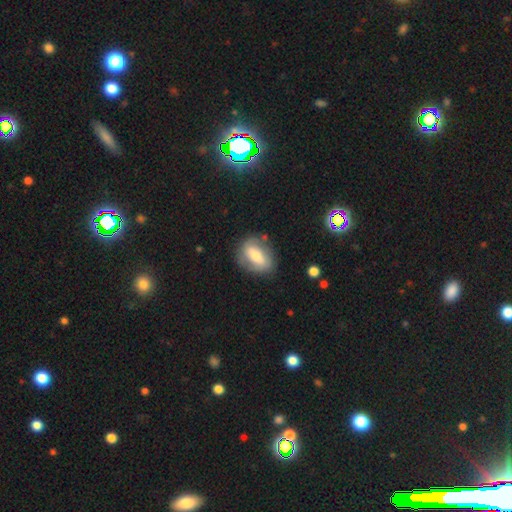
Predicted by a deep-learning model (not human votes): A smooth galaxy with no disk features (49%). Merging: none (74%).